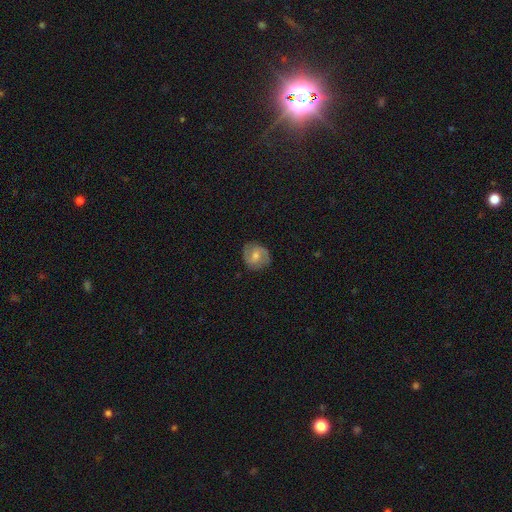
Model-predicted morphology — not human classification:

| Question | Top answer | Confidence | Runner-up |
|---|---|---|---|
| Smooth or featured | featured or disk | 55% | smooth (38%) |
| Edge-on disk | no | 97% | yes (3%) |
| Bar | no | 49% | weak (42%) |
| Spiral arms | yes | 85% | no (15%) |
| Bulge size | moderate | 58% | small (35%) |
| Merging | none | 80% | minor disturbance (15%) |